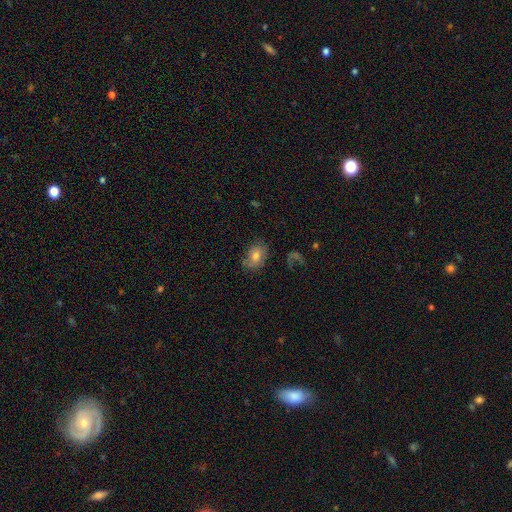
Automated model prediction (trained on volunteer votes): The model was most divided on "how rounded": in between: 68%, round: 30%, cigar-shaped: 1%. More confident: merging — none (66%); smooth or featured — smooth (65%).